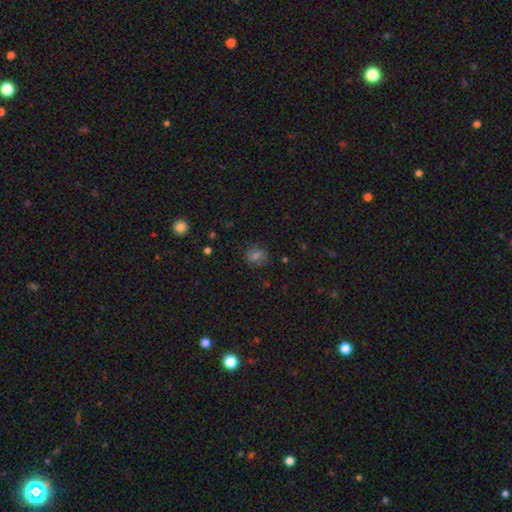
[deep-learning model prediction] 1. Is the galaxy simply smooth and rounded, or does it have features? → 64% smooth, 22% star or artifact, 14% featured or disk.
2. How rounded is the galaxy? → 72% round, 27% in between, 1% cigar-shaped.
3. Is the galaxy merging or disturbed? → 83% none, 12% minor disturbance, 4% major disturbance, 2% merger.